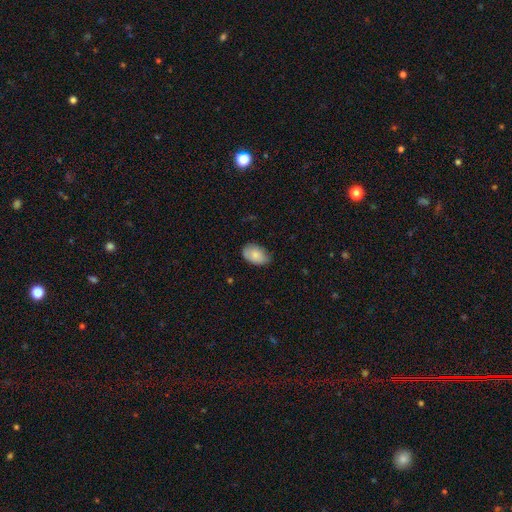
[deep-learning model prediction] Morphology: type=smooth (83%); roundness=in between (90%); merging=none (68%).